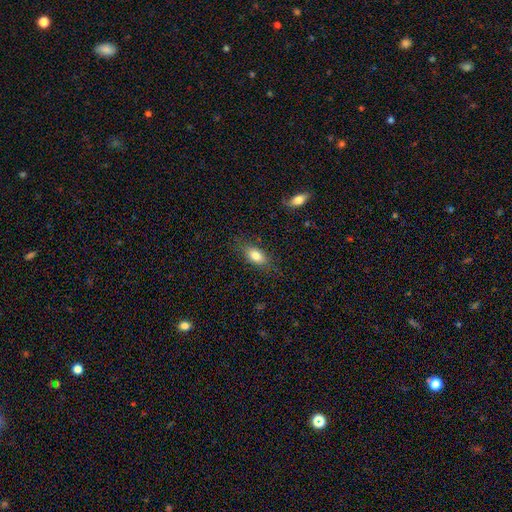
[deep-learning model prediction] Smooth or featured: smooth — 81% (featured or disk — 11%)
How rounded: in between — 85% (cigar-shaped — 8%)
Merging: none — 81% (minor disturbance — 14%)